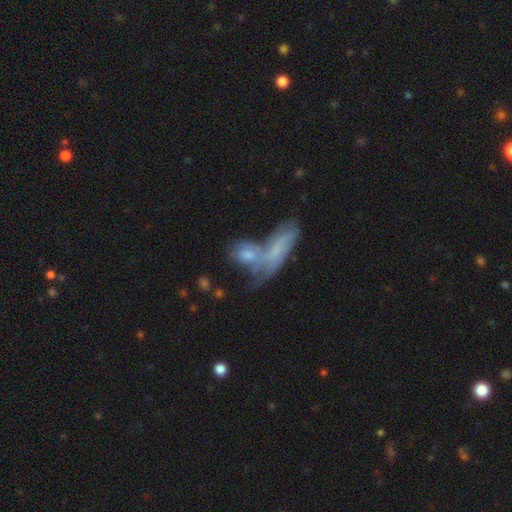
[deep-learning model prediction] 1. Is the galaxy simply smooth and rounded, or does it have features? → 49% smooth, 37% featured or disk, 14% star or artifact.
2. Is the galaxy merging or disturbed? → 51% merger, 30% none, 12% minor disturbance, 8% major disturbance.